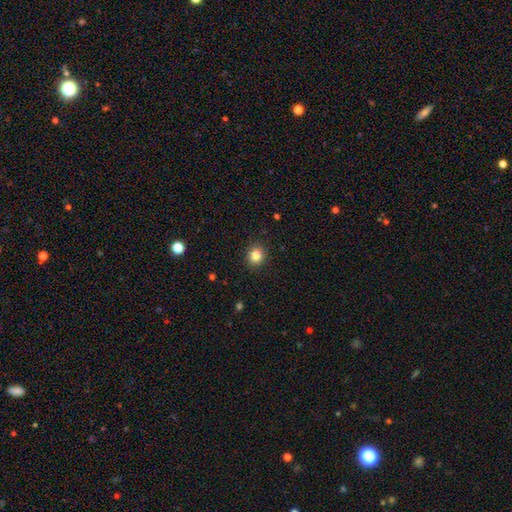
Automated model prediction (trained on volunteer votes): Smooth or featured? smooth (84%)
How rounded? round (79%)
Merging? none (90%)